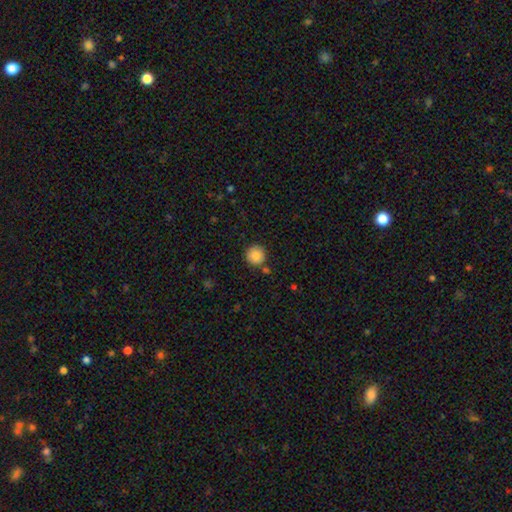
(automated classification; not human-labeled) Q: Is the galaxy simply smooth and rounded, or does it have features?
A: smooth — 87%.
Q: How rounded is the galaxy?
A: round — 94%.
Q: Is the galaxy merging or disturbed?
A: none — 83%.